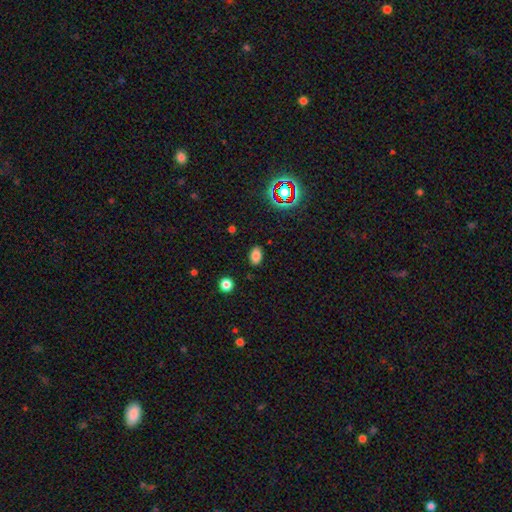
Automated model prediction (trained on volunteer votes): Smooth or featured?
  - smooth: 79% *
  - star or artifact: 15%
  - featured or disk: 6%
How rounded?
  - in between: 88% *
  - round: 11%
  - cigar-shaped: 2%
Merging?
  - none: 86% *
  - minor disturbance: 10%
  - major disturbance: 3%
  - merger: 2%